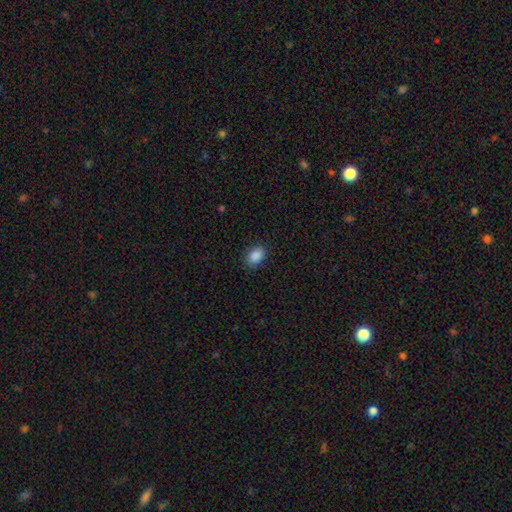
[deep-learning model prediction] smooth-or-featured: smooth: 89% | star or artifact: 8% | featured or disk: 3%
  how-rounded: in between: 77% | round: 21% | cigar-shaped: 1%
  merging: none: 85% | minor disturbance: 11% | major disturbance: 3% | merger: 1%